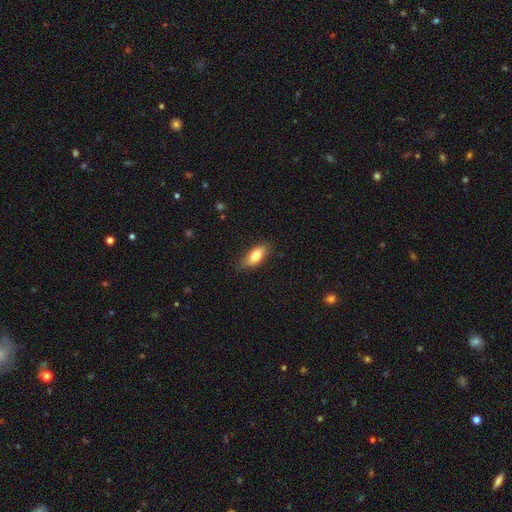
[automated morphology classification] smooth 79%, featured or disk 15%, star or artifact 6%. Down the decision tree: how rounded — in between (83%); merging — none (82%).